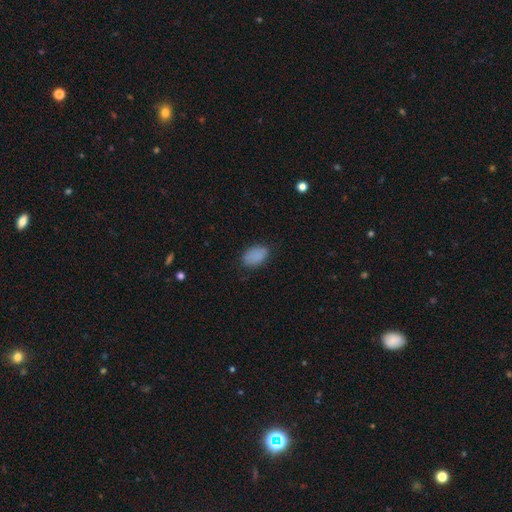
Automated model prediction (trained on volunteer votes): Smooth or featured? smooth (86%)
How rounded? in between (90%)
Merging? none (78%)